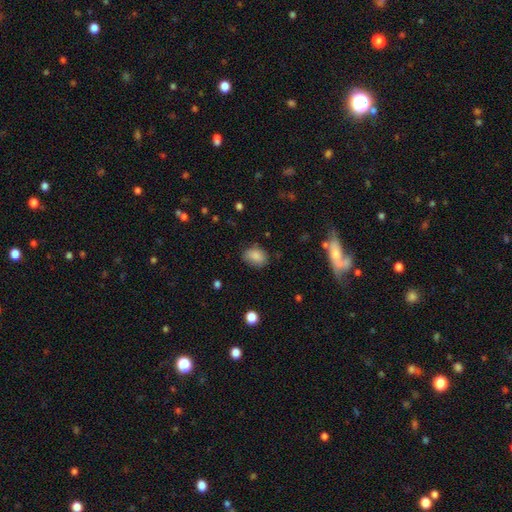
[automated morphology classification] Smooth or featured: smooth — 85% (star or artifact — 9%)
How rounded: in between — 71% (round — 28%)
Merging: none — 73% (minor disturbance — 20%)